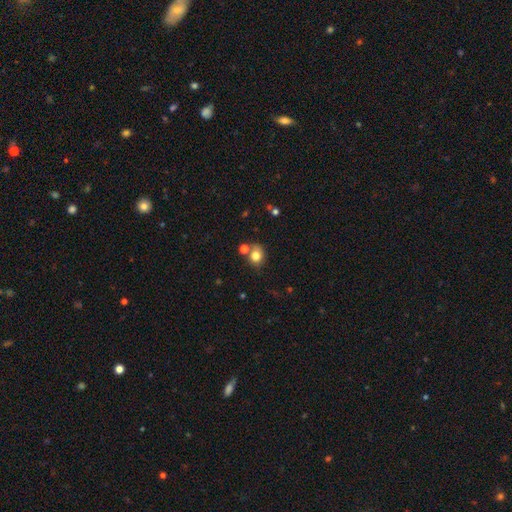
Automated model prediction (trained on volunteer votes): Smooth or featured? smooth (79%)
How rounded? round (64%)
Merging? none (59%)